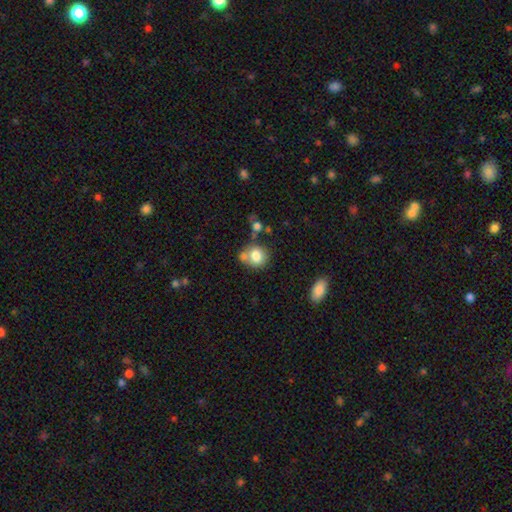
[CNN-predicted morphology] A smooth galaxy with no disk features (79%) that is round (73%).

Vote fractions:
- Smooth or featured? smooth: 79% / featured or disk: 12% / star or artifact: 9%
- How rounded? round: 73% / in between: 26% / cigar-shaped: 1%
- Merging? none: 50% / merger: 30% / minor disturbance: 15% / major disturbance: 6%